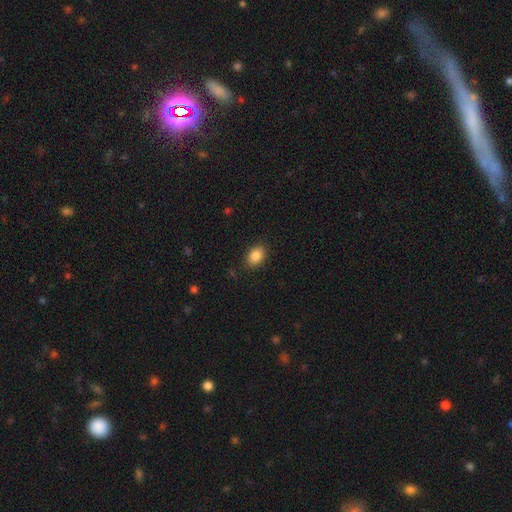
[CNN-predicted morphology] smooth 86%, star or artifact 9%, featured or disk 5%. Down the decision tree: how rounded — in between (78%); merging — none (86%).